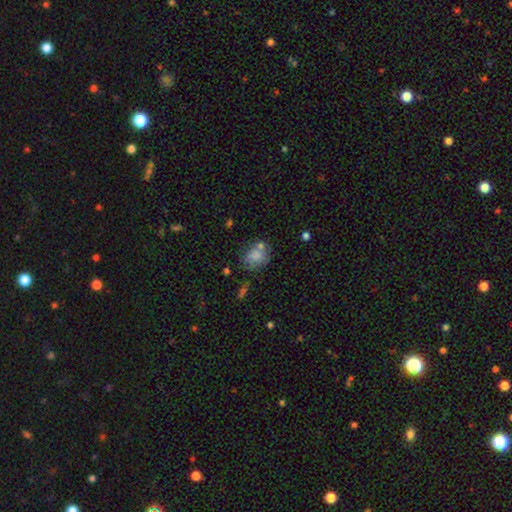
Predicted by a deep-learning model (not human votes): Smooth or featured? smooth (76%)
How rounded? in between (51%)
Merging? none (50%)